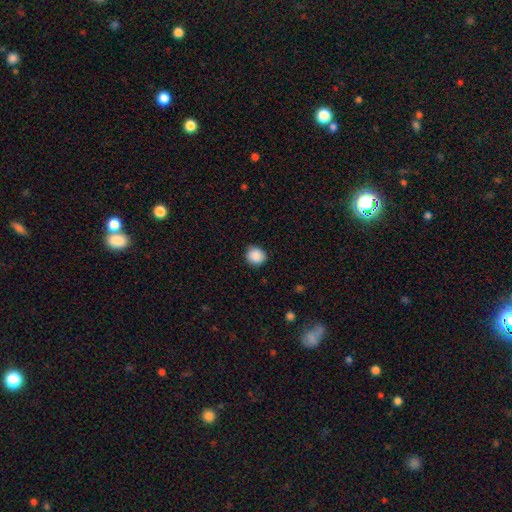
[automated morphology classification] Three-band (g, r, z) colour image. It shows a smooth galaxy with no disk features (88%) that is round (89%). Merging: none (87%).